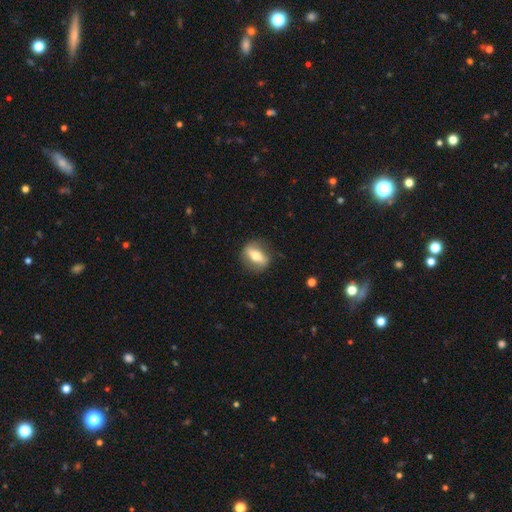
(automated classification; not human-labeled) Smooth or featured: smooth — 47% (featured or disk — 46%)
Merging: none — 80% (minor disturbance — 13%)